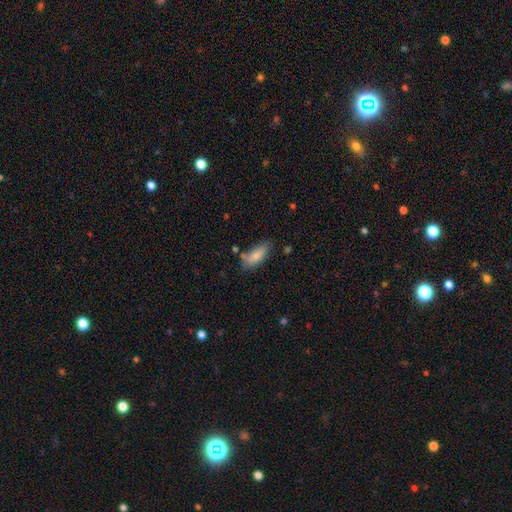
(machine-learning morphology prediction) smooth_or_featured: smooth (p=0.81) [alt: featured or disk p=0.13]
how_rounded: in between (p=0.72) [alt: cigar-shaped p=0.26]
merging: none (p=0.66) [alt: minor disturbance p=0.22]